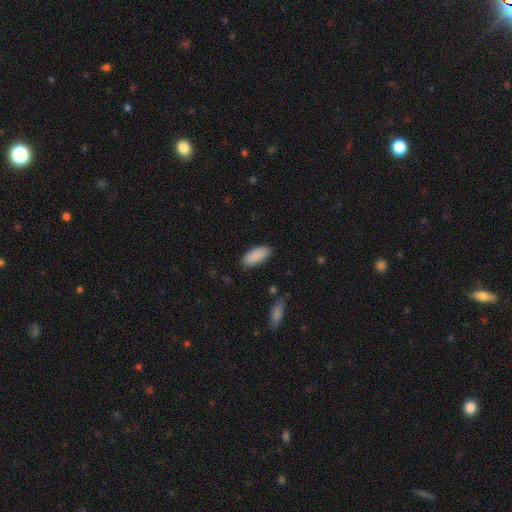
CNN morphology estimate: Smooth or featured? smooth (90%)
How rounded? in between (87%)
Merging? none (86%)